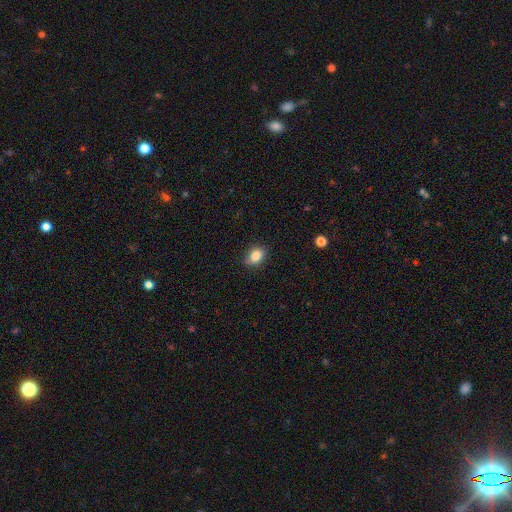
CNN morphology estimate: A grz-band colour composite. It shows a smooth galaxy with no disk features (85%) that is in between round and cigar-shaped (71%). Merging: none (79%).